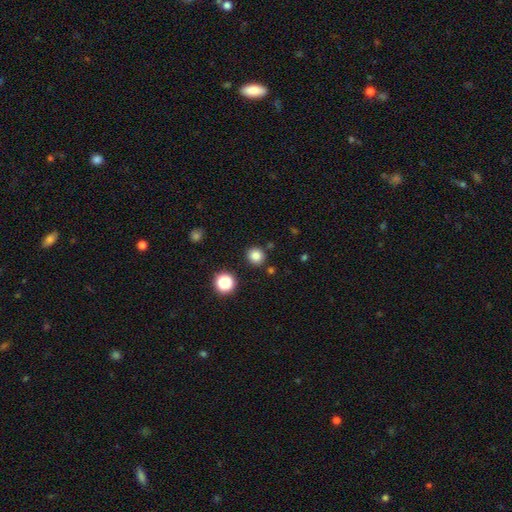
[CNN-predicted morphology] A smooth galaxy with no disk features (82%) that is round (90%). Merging: none (88%).